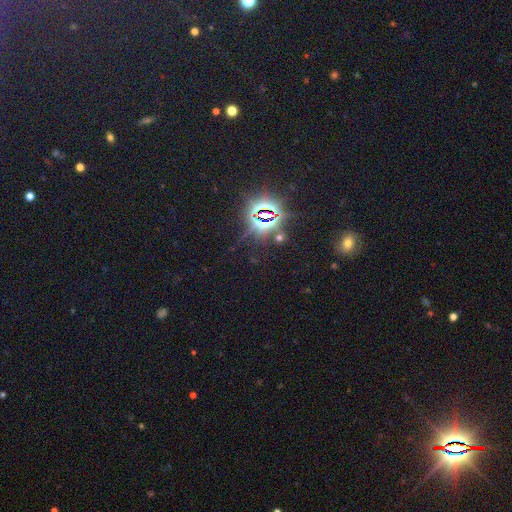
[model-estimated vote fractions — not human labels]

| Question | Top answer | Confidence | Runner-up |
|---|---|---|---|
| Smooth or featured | star or artifact | 83% | smooth (10%) |